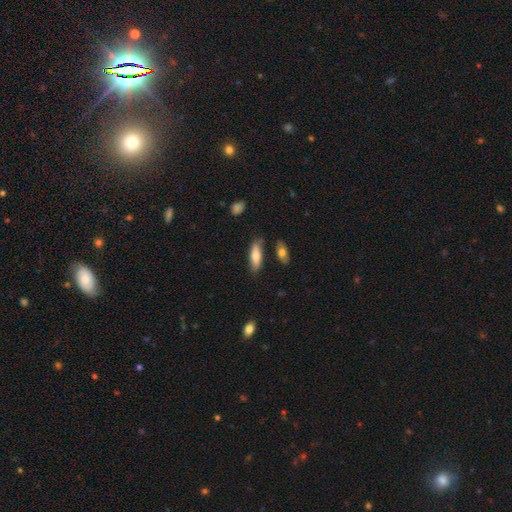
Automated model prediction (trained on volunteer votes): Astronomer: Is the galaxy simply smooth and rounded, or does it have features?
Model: smooth — 73%.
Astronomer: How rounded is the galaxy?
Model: in between — 50% (runner-up: cigar-shaped, 48%).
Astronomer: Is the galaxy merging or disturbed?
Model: none — 75%.